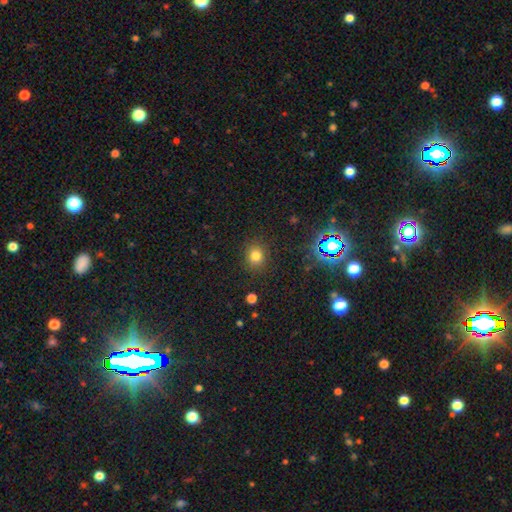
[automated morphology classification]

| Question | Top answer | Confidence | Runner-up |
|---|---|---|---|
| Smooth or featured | smooth | 76% | star or artifact (18%) |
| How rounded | round | 76% | in between (23%) |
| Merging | none | 86% | minor disturbance (9%) |